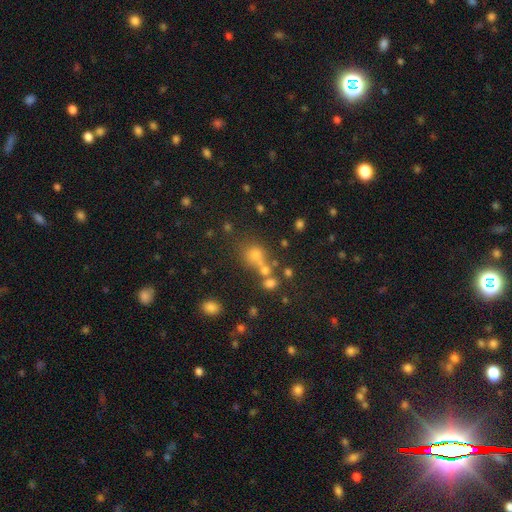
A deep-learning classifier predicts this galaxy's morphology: Overall: smooth (56%; star or artifact 31%). How rounded: round (77%). Merging: none (50%; merger 32%).